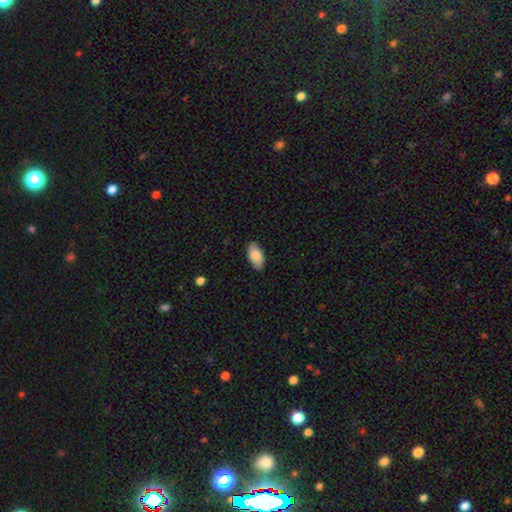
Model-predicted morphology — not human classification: Smooth or featured?
  - smooth: 86% *
  - featured or disk: 8%
  - star or artifact: 6%
How rounded?
  - in between: 95% *
  - cigar-shaped: 3%
  - round: 3%
Merging?
  - none: 86% *
  - minor disturbance: 11%
  - major disturbance: 2%
  - merger: 1%